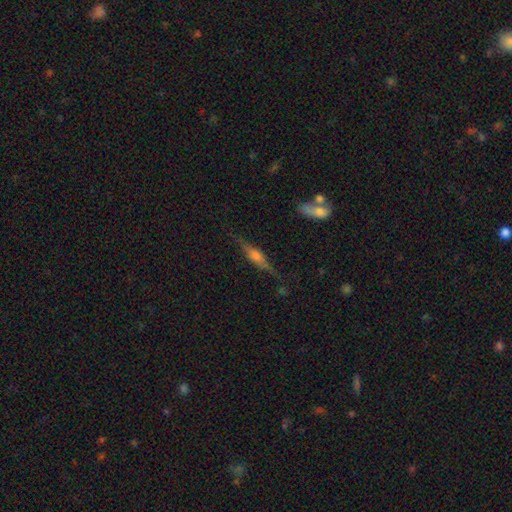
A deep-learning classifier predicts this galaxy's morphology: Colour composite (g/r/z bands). It shows a featured or disk galaxy (71%) viewed edge-on (97%) with a rounded central bulge (80%). Merging: none (83%).